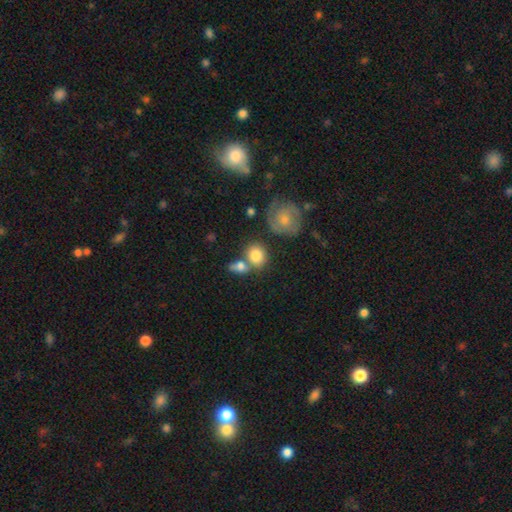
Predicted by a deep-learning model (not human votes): Smooth or featured? smooth (77%)
How rounded? round (70%)
Merging? none (51%)